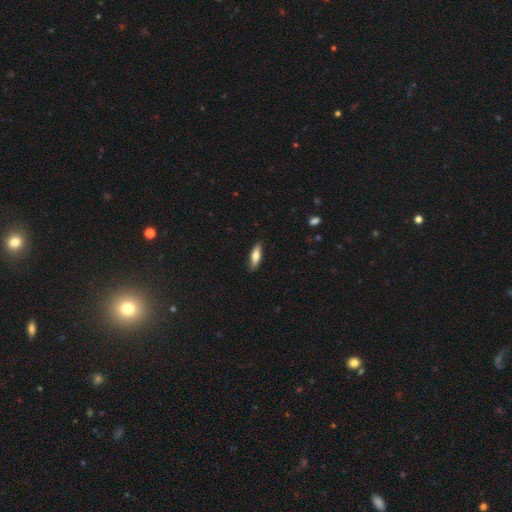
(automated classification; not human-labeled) smooth_or_featured: smooth (p=0.66) [alt: featured or disk p=0.29]
how_rounded: cigar-shaped (p=0.57) [alt: in between p=0.41]
merging: none (p=0.87) [alt: minor disturbance p=0.10]